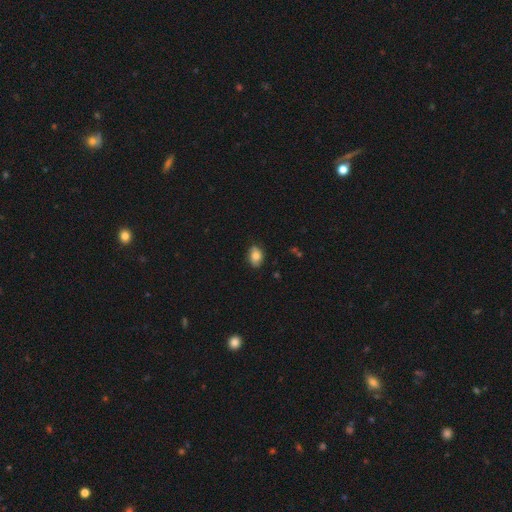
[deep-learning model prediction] smooth 76%, featured or disk 16%, star or artifact 9%. Down the decision tree: how rounded — in between (77%); merging — none (77%).